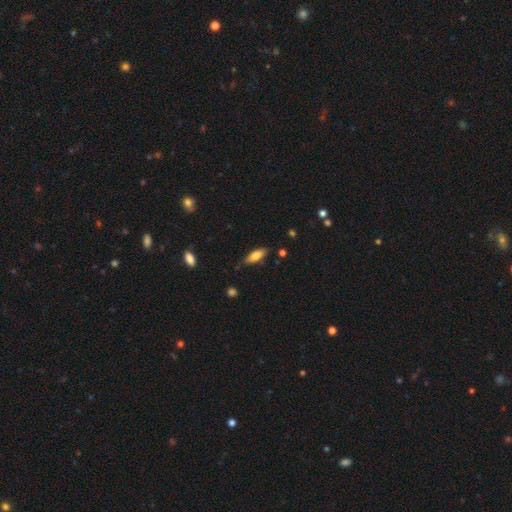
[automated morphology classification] A smooth galaxy with no disk features (76%) that is in between round and cigar-shaped (67%).

Vote fractions:
- Smooth or featured? smooth: 76% / featured or disk: 17% / star or artifact: 7%
- How rounded? in between: 67% / cigar-shaped: 31% / round: 2%
- Merging? none: 77% / minor disturbance: 18% / major disturbance: 3% / merger: 2%